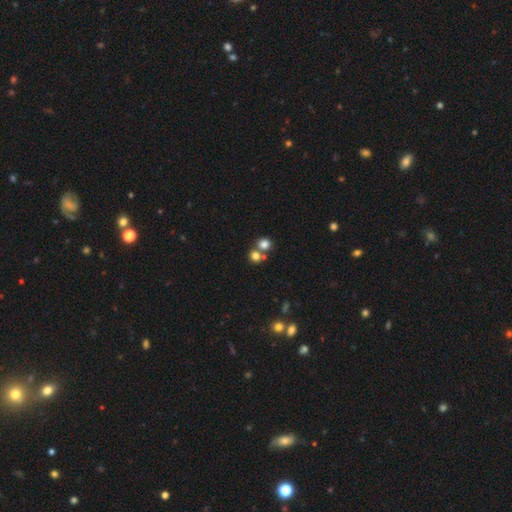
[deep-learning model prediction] A smooth galaxy with no disk features (77%) that is round (83%).

Vote fractions:
- Smooth or featured? smooth: 77% / star or artifact: 14% / featured or disk: 8%
- How rounded? round: 83% / in between: 16% / cigar-shaped: 1%
- Merging? none: 53% / merger: 38% / minor disturbance: 6% / major disturbance: 3%